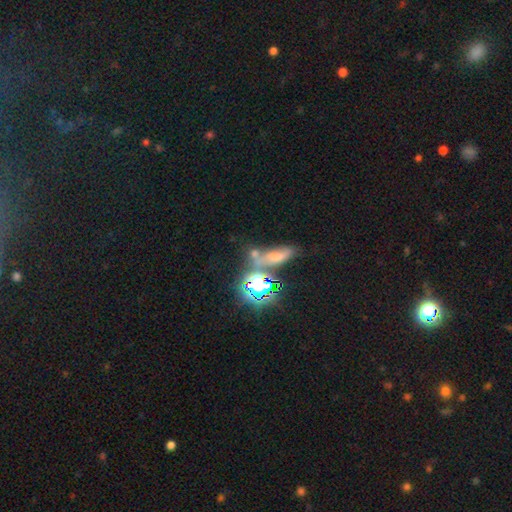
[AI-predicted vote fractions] Overall: star or artifact (47%; smooth 37%).